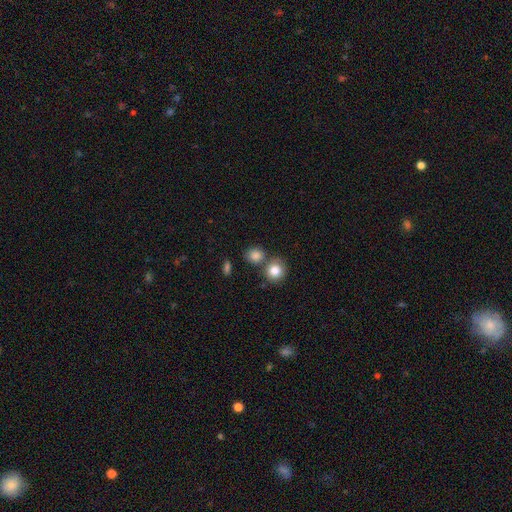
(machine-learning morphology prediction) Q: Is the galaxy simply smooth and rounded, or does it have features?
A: smooth — 83%.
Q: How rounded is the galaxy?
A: round — 77%.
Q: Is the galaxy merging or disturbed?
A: none — 63%.